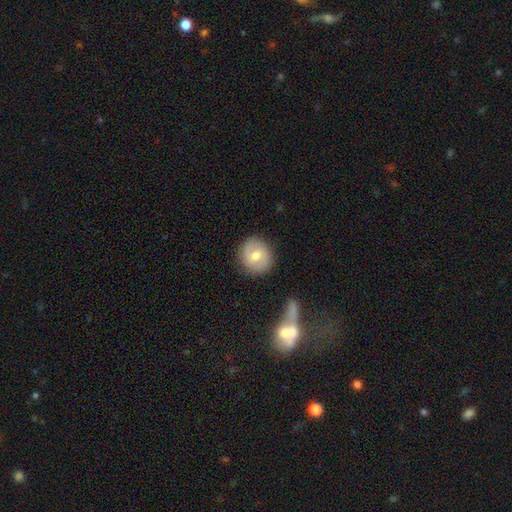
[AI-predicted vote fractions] smooth 55%, featured or disk 37%, star or artifact 7%. Down the decision tree: how rounded — round (87%); merging — none (85%).